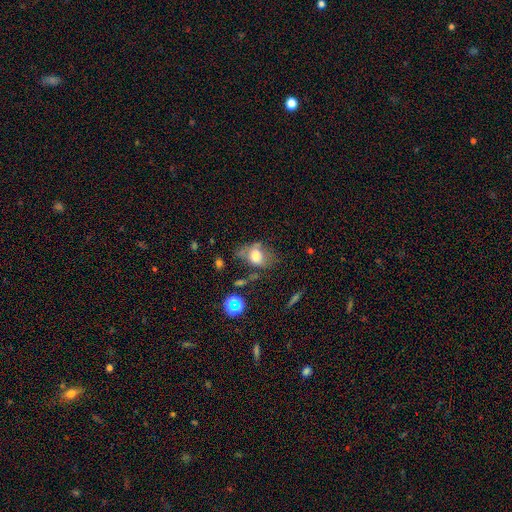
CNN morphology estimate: smooth 60%, featured or disk 28%, star or artifact 12%. Down the decision tree: how rounded — in between (69%); merging — none (35%).